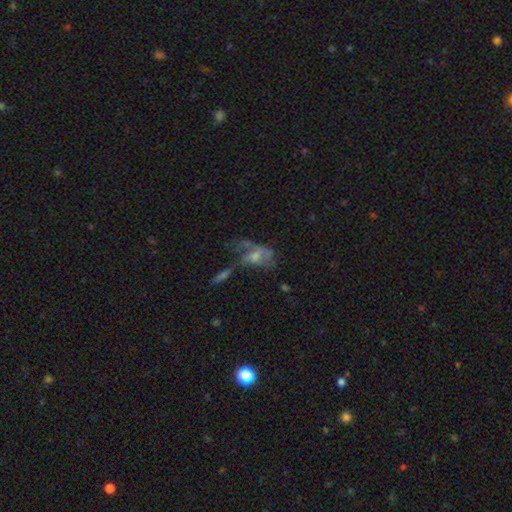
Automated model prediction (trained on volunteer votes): smooth-or-featured: featured or disk: 54% | smooth: 28% | star or artifact: 18%
  disk-edge-on: no: 91% | yes: 9%
  merging: major disturbance: 38% | merger: 24% | none: 24% | minor disturbance: 14%